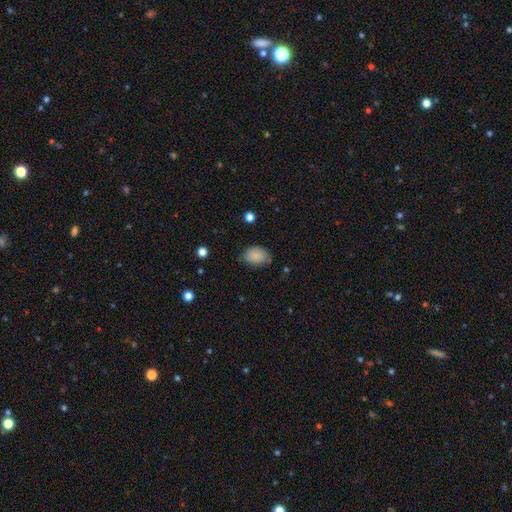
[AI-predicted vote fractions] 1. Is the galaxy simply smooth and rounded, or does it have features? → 86% smooth, 8% star or artifact, 6% featured or disk.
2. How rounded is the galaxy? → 76% in between, 23% round, 1% cigar-shaped.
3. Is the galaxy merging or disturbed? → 71% none, 23% minor disturbance, 5% major disturbance, 2% merger.